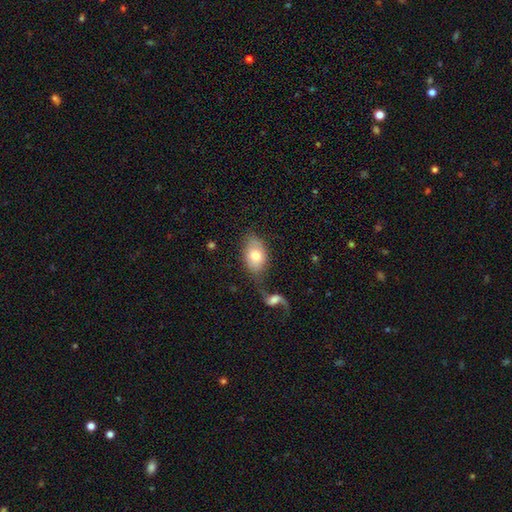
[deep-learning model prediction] A smooth galaxy with no disk features (72%) that is in between round and cigar-shaped (87%).

Vote fractions:
- Smooth or featured? smooth: 72% / featured or disk: 21% / star or artifact: 7%
- How rounded? in between: 87% / round: 12% / cigar-shaped: 2%
- Merging? none: 48% / merger: 27% / minor disturbance: 17% / major disturbance: 9%